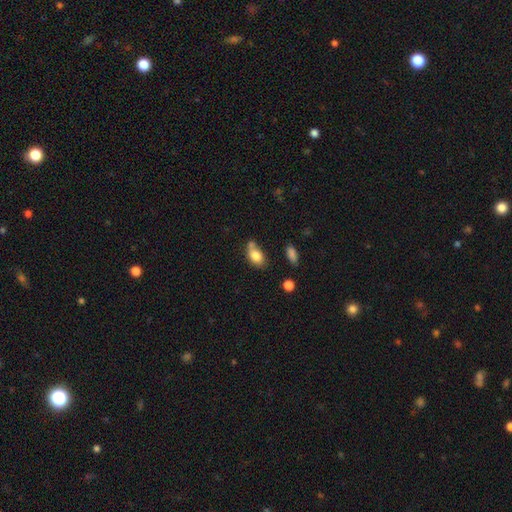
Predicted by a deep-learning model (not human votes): Q: Smooth or featured?
A: smooth (79%); runner-up: featured or disk (13%)
Q: How rounded?
A: in between (84%); runner-up: round (13%)
Q: Merging?
A: none (46%); runner-up: minor disturbance (26%)